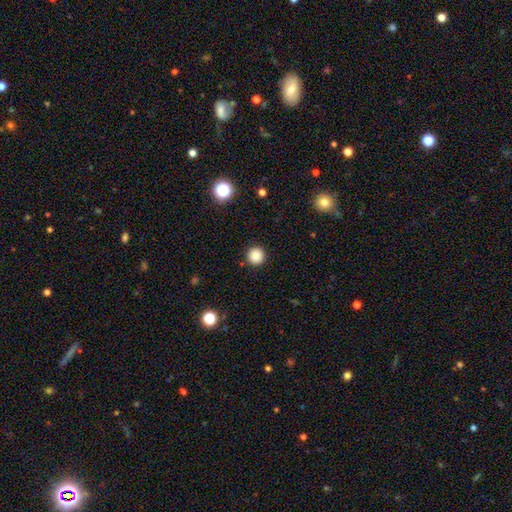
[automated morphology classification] Q: Smooth or featured?
A: smooth (86%); runner-up: star or artifact (11%)
Q: How rounded?
A: round (96%); runner-up: in between (3%)
Q: Merging?
A: none (92%); runner-up: minor disturbance (5%)